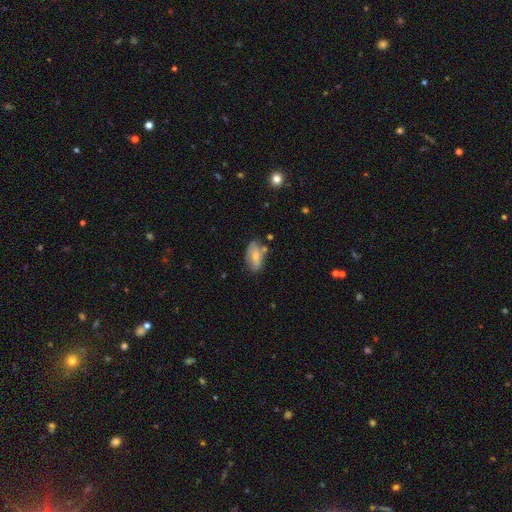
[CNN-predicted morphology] Smooth or featured: smooth — 67% (featured or disk — 26%)
How rounded: in between — 91% (round — 5%)
Merging: none — 60% (minor disturbance — 26%)